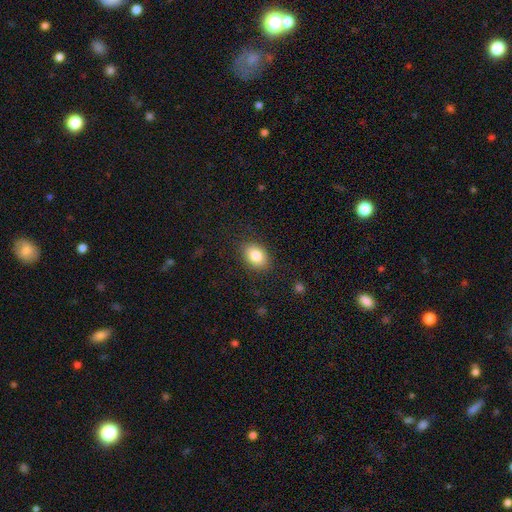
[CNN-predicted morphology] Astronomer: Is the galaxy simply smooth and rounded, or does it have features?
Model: smooth — 84%.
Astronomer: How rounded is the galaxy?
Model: in between — 81%.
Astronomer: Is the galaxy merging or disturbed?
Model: none — 86%.